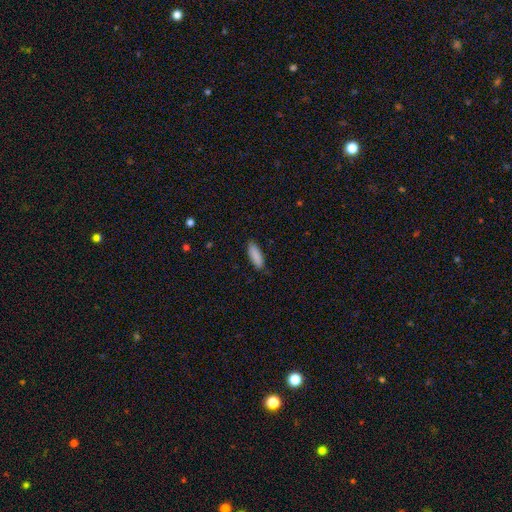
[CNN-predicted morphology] A smooth galaxy with no disk features (89%) that is in between round and cigar-shaped (62%). Merging: none (85%).